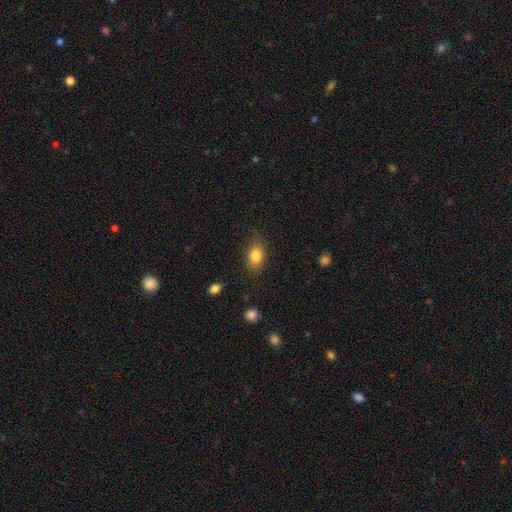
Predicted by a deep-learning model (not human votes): Smooth or featured?
  - smooth: 81% *
  - featured or disk: 10%
  - star or artifact: 9%
How rounded?
  - in between: 82% *
  - round: 14%
  - cigar-shaped: 4%
Merging?
  - none: 77% *
  - minor disturbance: 18%
  - major disturbance: 4%
  - merger: 1%